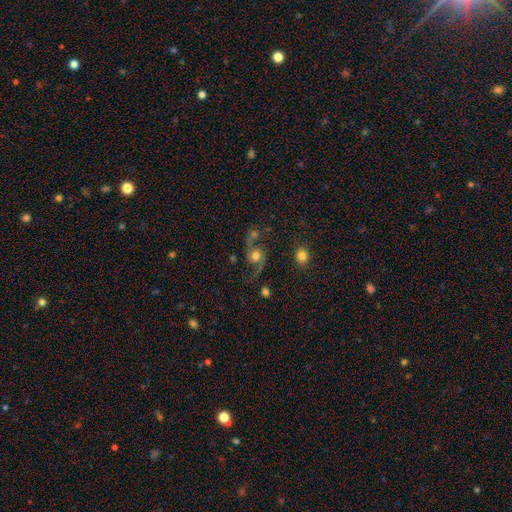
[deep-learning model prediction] Overall: featured or disk (72%). Edge-on disk: no (96%). Bar: no (77%). Spiral arms: yes (93%). Spiral arm count: 2 (93%). Spiral winding: loose (74%). Bulge size: moderate (53%; large 31%). Merging: none (61%).